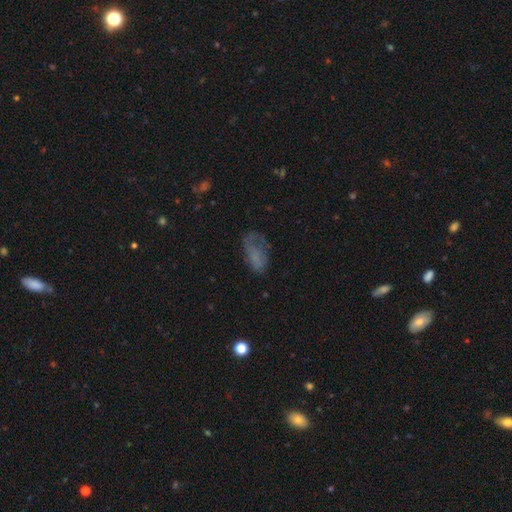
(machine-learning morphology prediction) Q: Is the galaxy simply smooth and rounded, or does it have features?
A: smooth — 56%.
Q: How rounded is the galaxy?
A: in between — 89%.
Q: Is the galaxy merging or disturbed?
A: none — 41%.